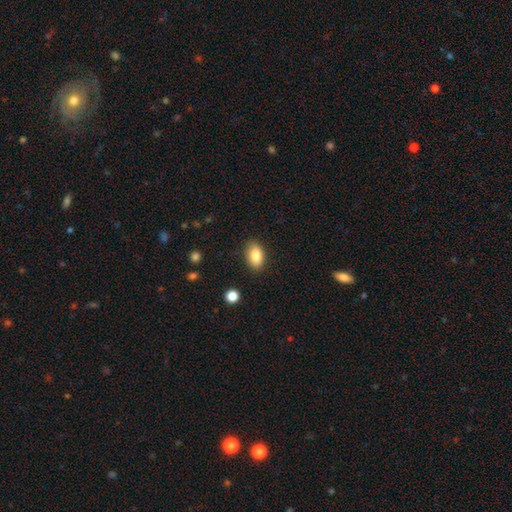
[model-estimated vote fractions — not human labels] A smooth galaxy with no disk features (86%) that is in between round and cigar-shaped (90%).

Vote fractions:
- Smooth or featured? smooth: 86% / star or artifact: 8% / featured or disk: 7%
- How rounded? in between: 90% / round: 8% / cigar-shaped: 2%
- Merging? none: 86% / minor disturbance: 10% / major disturbance: 3% / merger: 1%